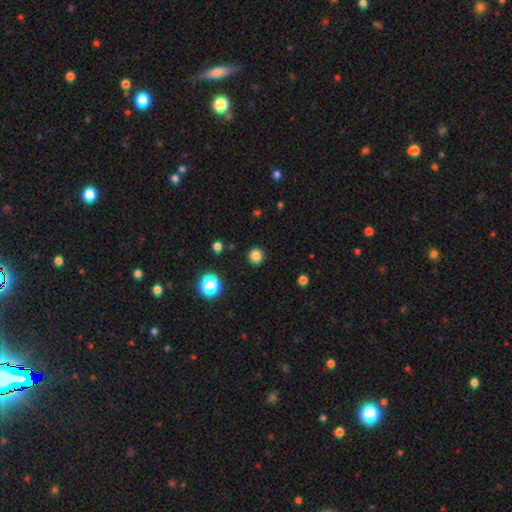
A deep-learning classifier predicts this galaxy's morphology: smooth_or_featured: smooth (p=0.83) [alt: star or artifact p=0.13]
how_rounded: round (p=0.96) [alt: in between p=0.03]
merging: none (p=0.92) [alt: minor disturbance p=0.05]